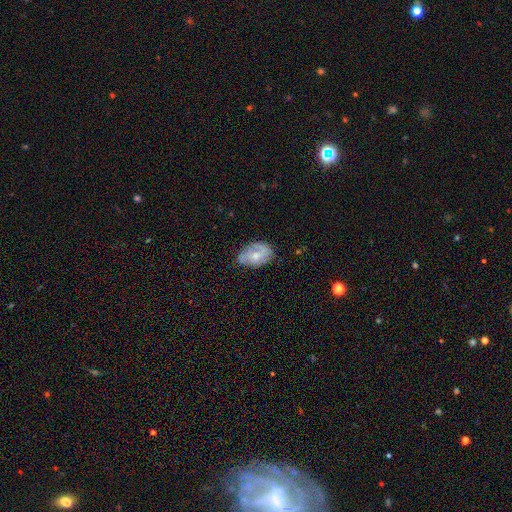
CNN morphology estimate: The model was most divided on "smooth or featured": featured or disk: 48%, smooth: 45%, star or artifact: 7%. More confident: merging — none (53%).